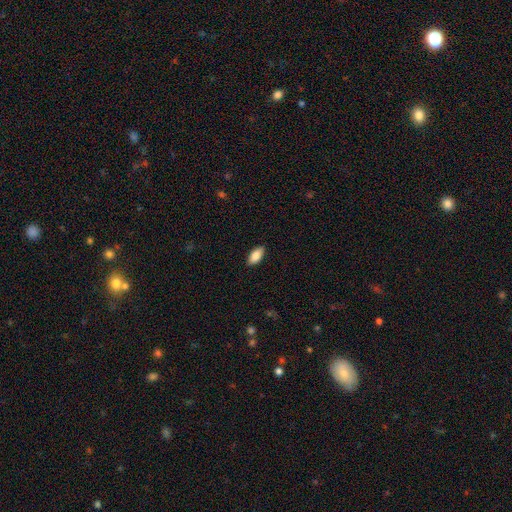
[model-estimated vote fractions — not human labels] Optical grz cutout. It shows a smooth galaxy with no disk features (87%) that is in between round and cigar-shaped (91%). Merging: none (89%).